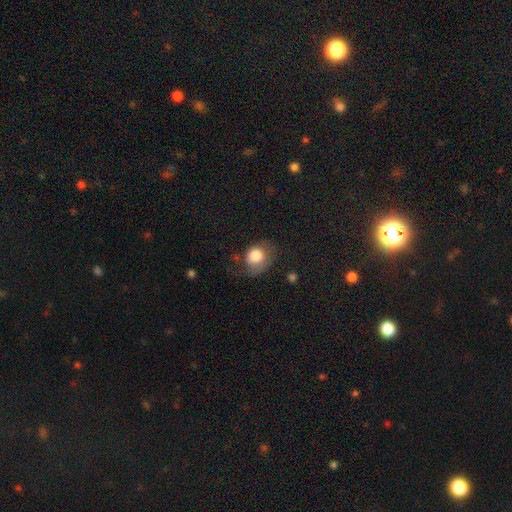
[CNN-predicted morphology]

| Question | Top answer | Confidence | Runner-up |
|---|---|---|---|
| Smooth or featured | smooth | 79% | featured or disk (13%) |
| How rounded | round | 61% | in between (38%) |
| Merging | none | 43% | minor disturbance (32%) |